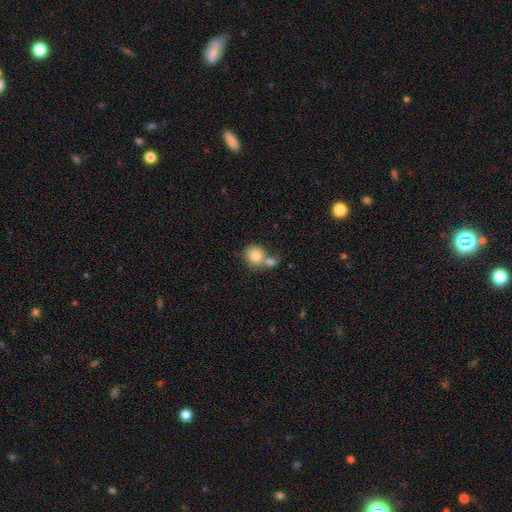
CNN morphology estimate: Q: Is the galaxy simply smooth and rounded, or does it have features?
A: smooth — 79%.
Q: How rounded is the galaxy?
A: round — 86%.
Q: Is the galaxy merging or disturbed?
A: merger — 45%.